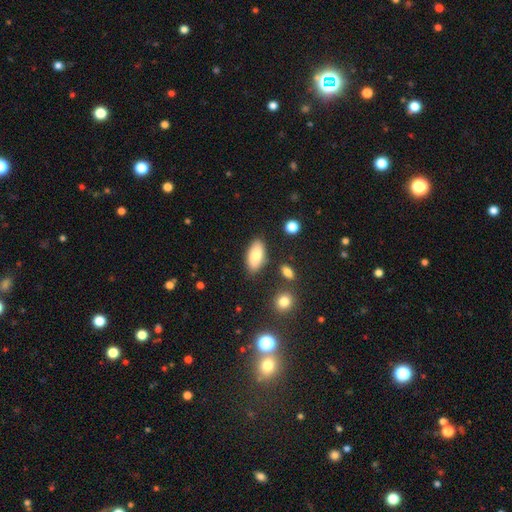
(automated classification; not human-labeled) smooth 80%, featured or disk 13%, star or artifact 7%. Down the decision tree: how rounded — in between (90%); merging — none (79%).